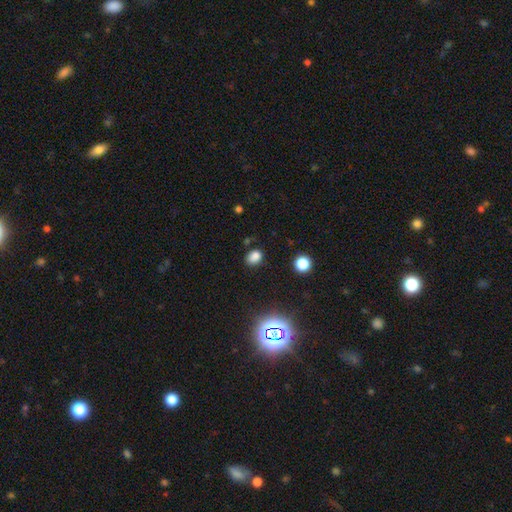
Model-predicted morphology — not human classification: A smooth galaxy with no disk features (77%) that is in between round and cigar-shaped (57%).

Vote fractions:
- Smooth or featured? smooth: 77% / star or artifact: 17% / featured or disk: 5%
- How rounded? in between: 57% / round: 42% / cigar-shaped: 1%
- Merging? none: 78% / minor disturbance: 14% / merger: 4% / major disturbance: 4%